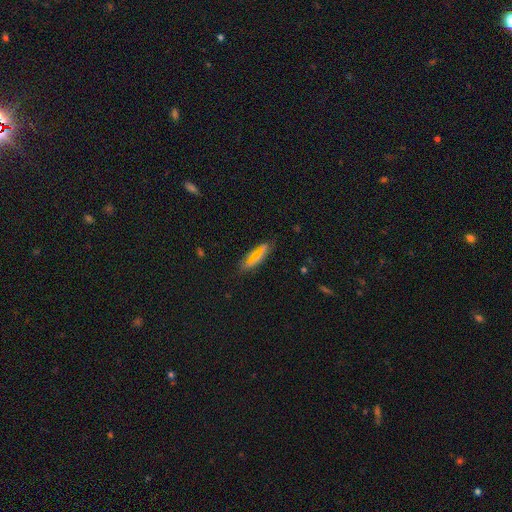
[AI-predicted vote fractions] Smooth or featured: smooth — 56% (featured or disk — 28%)
How rounded: in between — 61% (cigar-shaped — 35%)
Merging: none — 65% (minor disturbance — 24%)